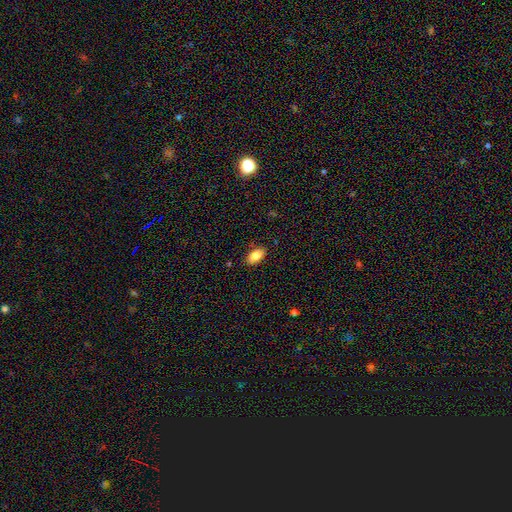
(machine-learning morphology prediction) Overall: smooth (84%). How rounded: in between (93%). Merging: none (86%).